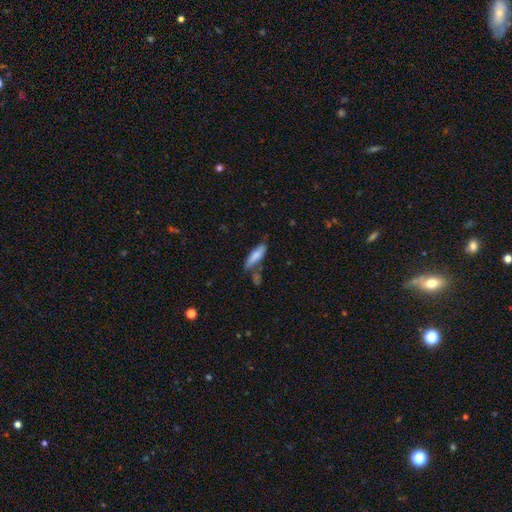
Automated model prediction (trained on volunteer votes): Morphology: type=smooth (76%); roundness=cigar-shaped (62%); merging=none (63%).